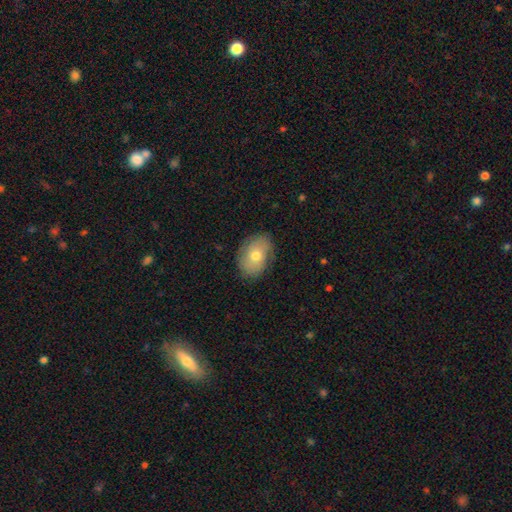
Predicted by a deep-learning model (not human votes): The model was most divided on "smooth or featured": smooth: 65%, featured or disk: 27%, star or artifact: 8%. More confident: merging — none (80%); how rounded — in between (77%).